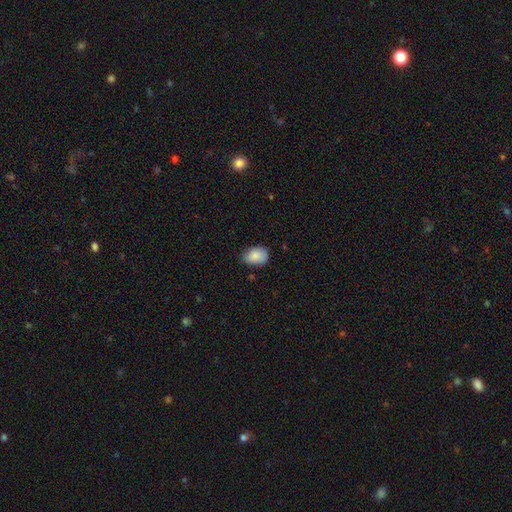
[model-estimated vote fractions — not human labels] Smooth or featured? Predicted: smooth (p=0.86). How rounded? Predicted: in between (p=0.80). Merging? Predicted: none (p=0.68).